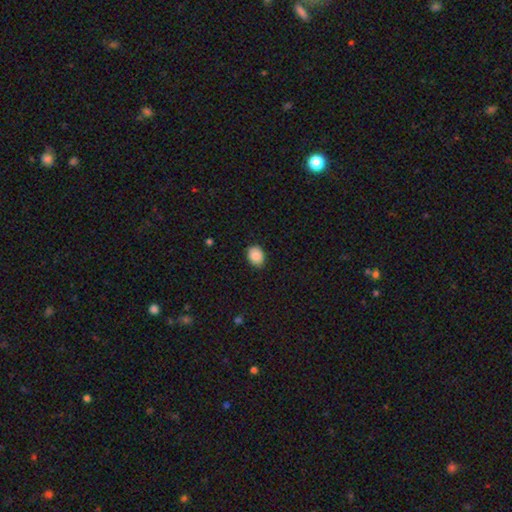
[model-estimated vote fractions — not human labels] Morphology: type=smooth (88%); roundness=in between (62%); merging=none (85%).